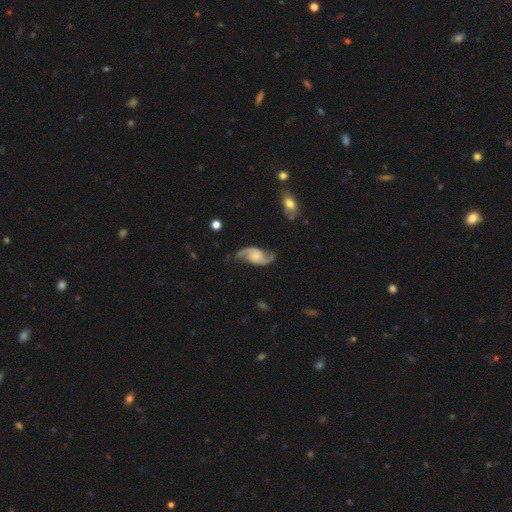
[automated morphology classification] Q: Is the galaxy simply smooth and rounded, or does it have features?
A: featured or disk — 89%.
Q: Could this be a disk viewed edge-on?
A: no — 97%.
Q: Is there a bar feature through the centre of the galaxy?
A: no — 57%.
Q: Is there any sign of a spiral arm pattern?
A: yes — 97%.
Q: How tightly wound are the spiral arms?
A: loose — 54%.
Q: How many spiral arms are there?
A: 2 — 93%.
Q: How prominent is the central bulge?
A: small — 39%.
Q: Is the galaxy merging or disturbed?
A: none — 76%.